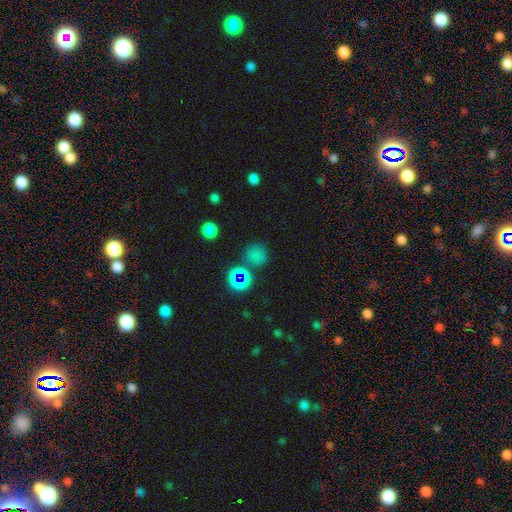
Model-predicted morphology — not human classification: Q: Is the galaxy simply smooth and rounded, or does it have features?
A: smooth — 65%.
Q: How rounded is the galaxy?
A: round — 88%.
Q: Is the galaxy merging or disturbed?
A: none — 76%.